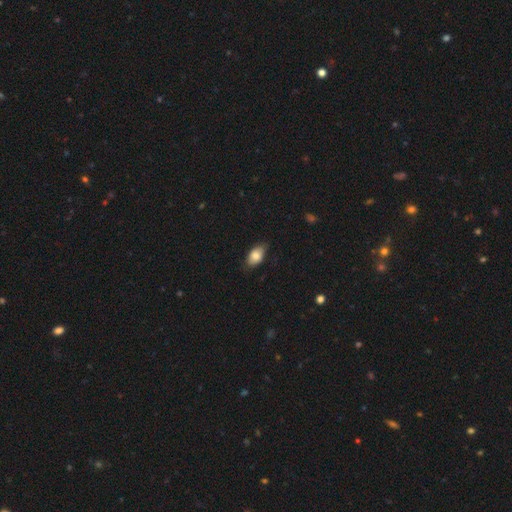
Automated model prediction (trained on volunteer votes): smooth_or_featured: smooth (p=0.80) [alt: featured or disk p=0.13]
how_rounded: in between (p=0.91) [alt: round p=0.07]
merging: none (p=0.77) [alt: minor disturbance p=0.19]